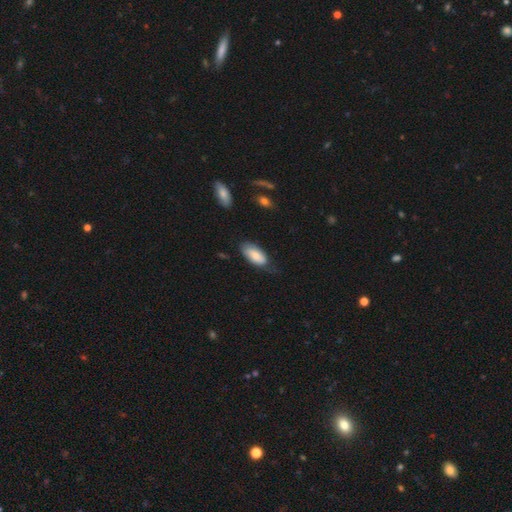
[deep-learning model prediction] smooth 79%, featured or disk 15%, star or artifact 6%. Down the decision tree: how rounded — in between (92%); merging — none (59%).